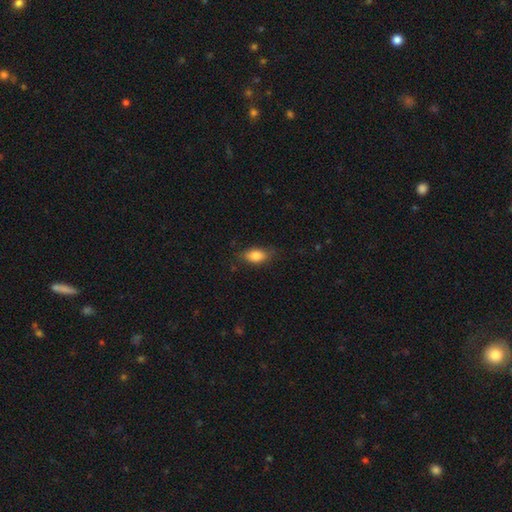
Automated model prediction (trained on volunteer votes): smooth_or_featured: smooth (p=0.82) [alt: featured or disk p=0.10]
how_rounded: in between (p=0.86) [alt: round p=0.08]
merging: none (p=0.76) [alt: minor disturbance p=0.19]